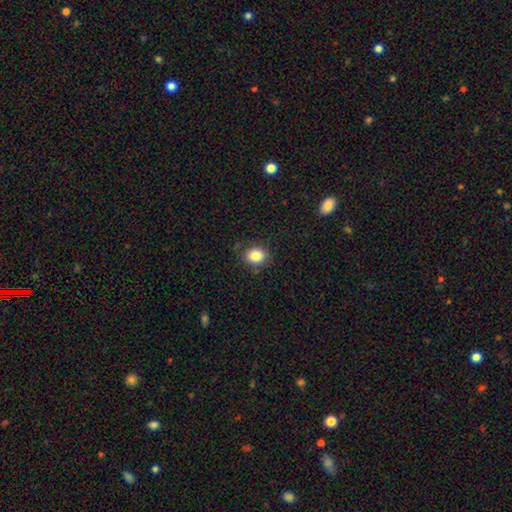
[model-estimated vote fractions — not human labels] A smooth galaxy with no disk features (84%) that is round (66%).

Vote fractions:
- Smooth or featured? smooth: 84% / star or artifact: 10% / featured or disk: 6%
- How rounded? round: 66% / in between: 34% / cigar-shaped: 1%
- Merging? none: 86% / minor disturbance: 10% / major disturbance: 3% / merger: 1%